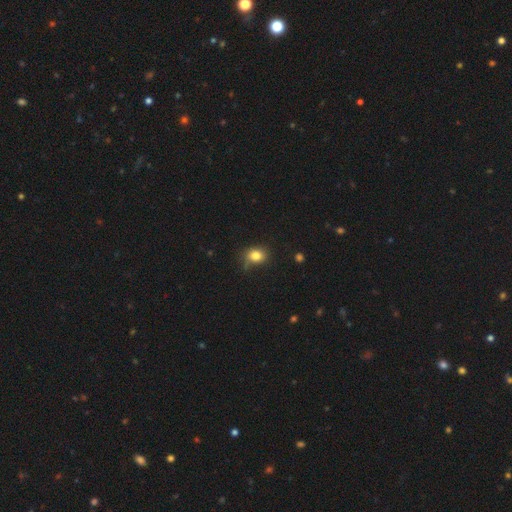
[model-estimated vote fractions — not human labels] This appears to be a smooth galaxy with no disk features (81%) that is round (51%). Merging: none (63%).